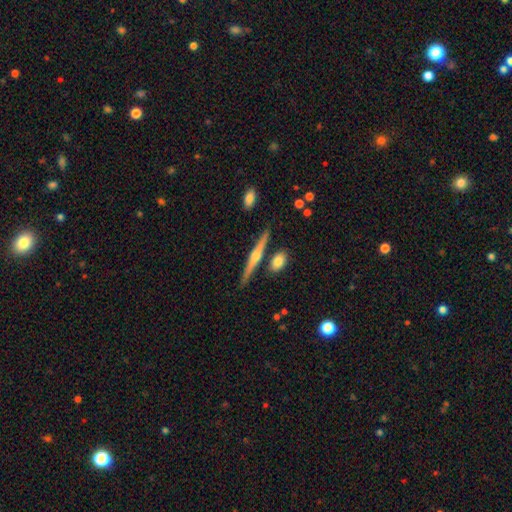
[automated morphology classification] Smooth or featured? featured or disk (71%)
Edge-on disk? yes (97%)
Edge-on bulge? rounded (87%)
Merging? none (83%)